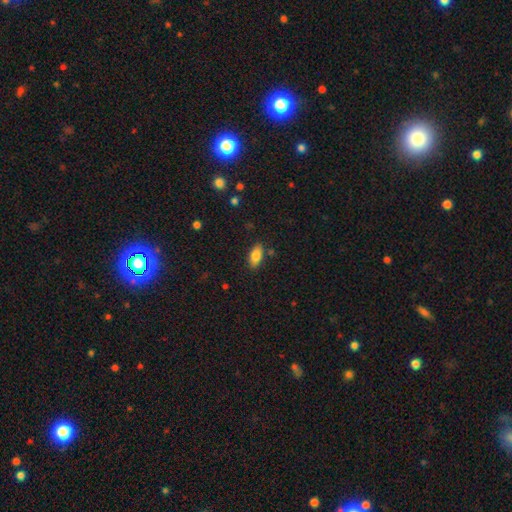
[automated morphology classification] Smooth or featured?
  - smooth: 83% *
  - featured or disk: 10%
  - star or artifact: 7%
How rounded?
  - in between: 89% *
  - cigar-shaped: 8%
  - round: 3%
Merging?
  - none: 84% *
  - minor disturbance: 11%
  - merger: 3%
  - major disturbance: 3%